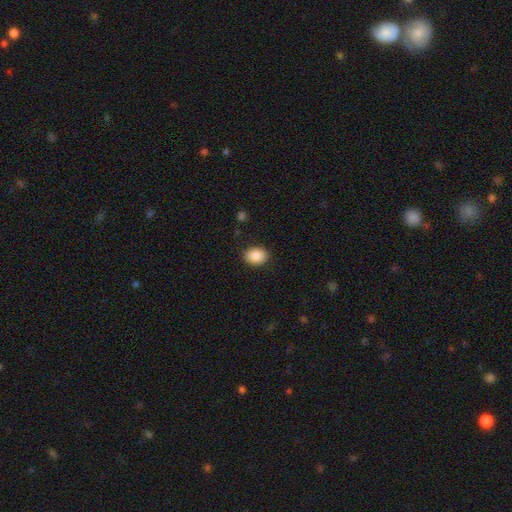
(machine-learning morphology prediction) This is clearly a smooth galaxy (88%). How rounded: likely in between (64%). Merging: clearly none (88%).